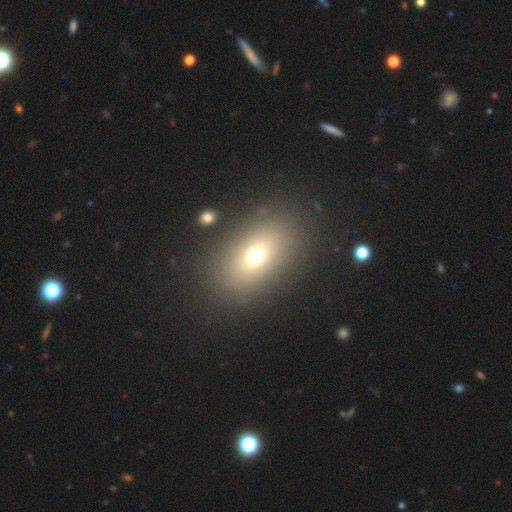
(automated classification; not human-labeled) smooth_or_featured: smooth (p=0.68) [alt: featured or disk p=0.17]
how_rounded: in between (p=0.78) [alt: round p=0.19]
merging: none (p=0.85) [alt: minor disturbance p=0.08]